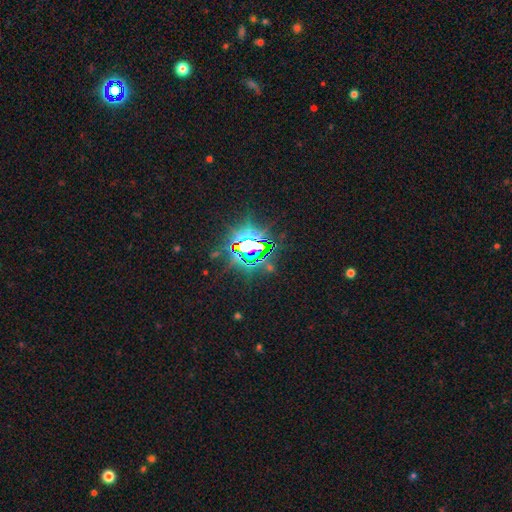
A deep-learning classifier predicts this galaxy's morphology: The model was most divided on "smooth or featured": star or artifact: 83%, smooth: 9%, featured or disk: 9%.